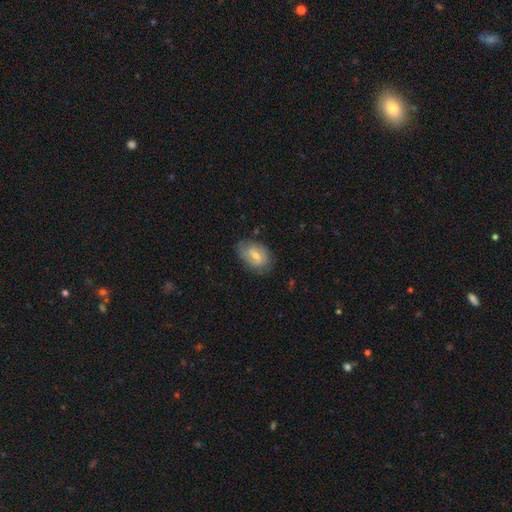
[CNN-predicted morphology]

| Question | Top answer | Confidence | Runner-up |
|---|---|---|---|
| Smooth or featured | smooth | 53% | featured or disk (40%) |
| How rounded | in between | 85% | round (14%) |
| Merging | none | 66% | minor disturbance (25%) |